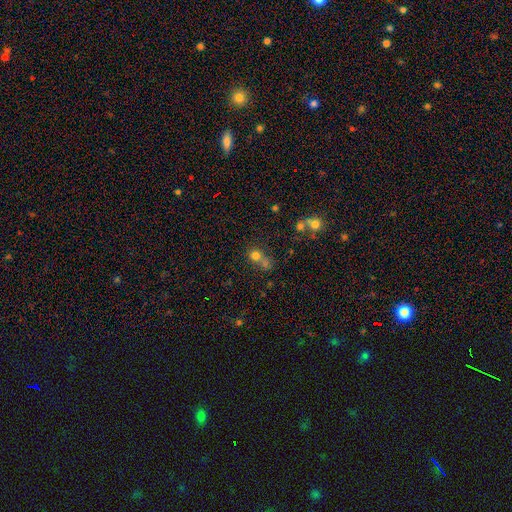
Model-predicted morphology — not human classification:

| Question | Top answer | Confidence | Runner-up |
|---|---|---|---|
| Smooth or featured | smooth | 73% | star or artifact (16%) |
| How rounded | round | 78% | in between (20%) |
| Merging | merger | 44% | none (40%) |